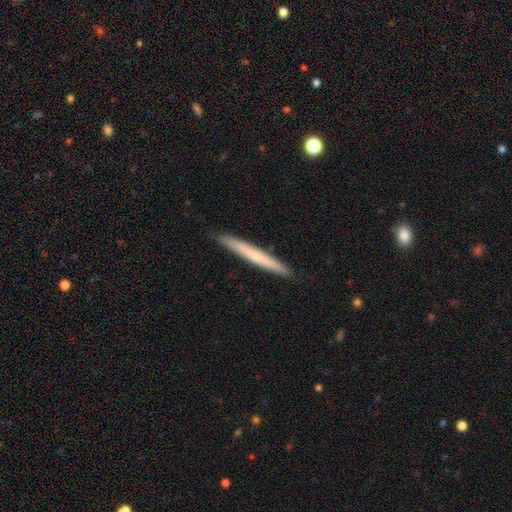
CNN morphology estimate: Smooth or featured? Predicted: smooth (p=0.53). How rounded? Predicted: cigar-shaped (p=0.97). Merging? Predicted: none (p=0.91).